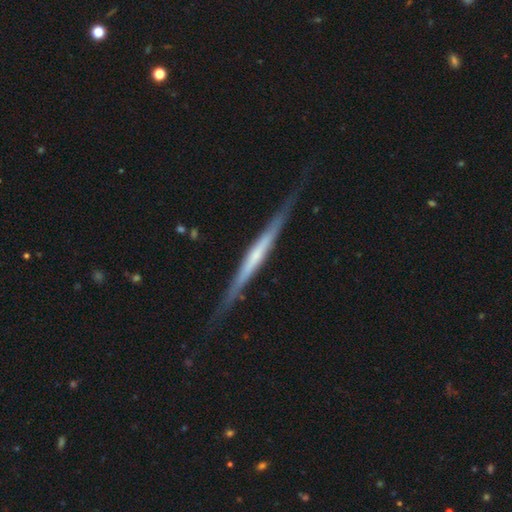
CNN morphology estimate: Smooth or featured: featured or disk — 71% (smooth — 24%)
Edge-on disk: yes — 97% (no — 3%)
Edge-on bulge: none — 63% (rounded — 26%)
Merging: none — 83% (minor disturbance — 13%)